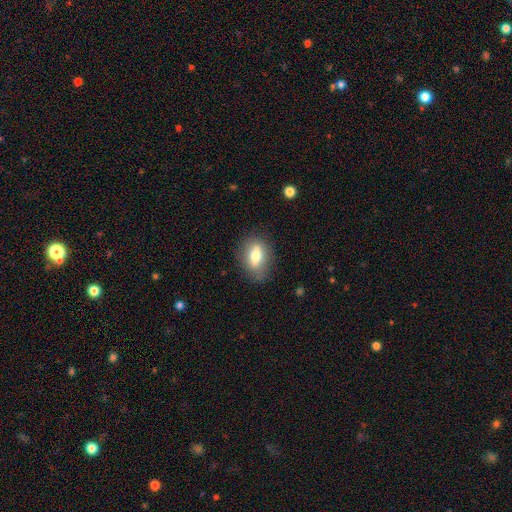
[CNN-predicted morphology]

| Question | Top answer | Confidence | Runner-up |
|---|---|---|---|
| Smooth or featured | smooth | 69% | featured or disk (23%) |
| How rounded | in between | 78% | round (17%) |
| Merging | none | 80% | minor disturbance (15%) |